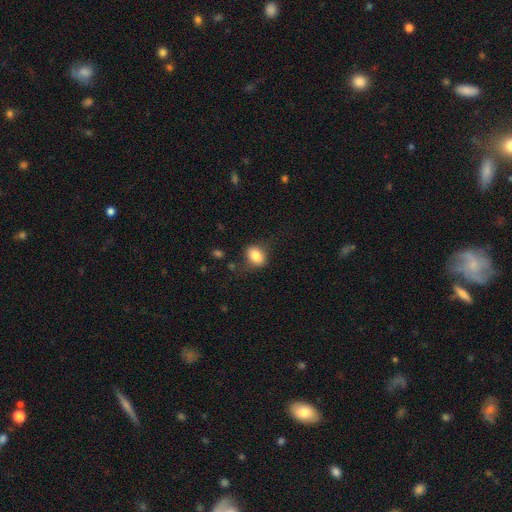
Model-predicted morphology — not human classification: smooth_or_featured: smooth (p=0.82) [alt: featured or disk p=0.09]
how_rounded: in between (p=0.69) [alt: round p=0.29]
merging: none (p=0.71) [alt: minor disturbance p=0.20]